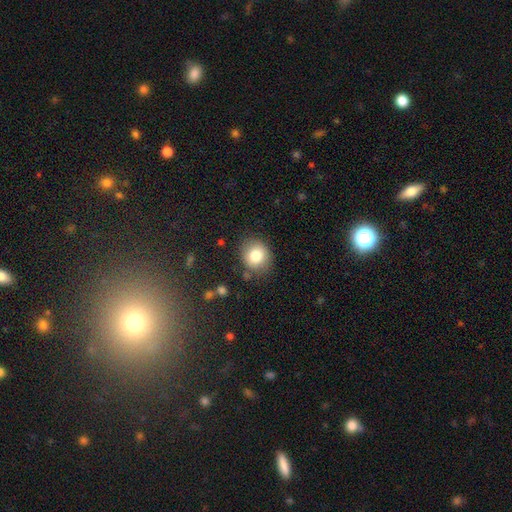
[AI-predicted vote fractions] The model was most divided on "how rounded": round: 81%, in between: 18%, cigar-shaped: 1%. More confident: merging — none (83%); smooth or featured — smooth (81%).